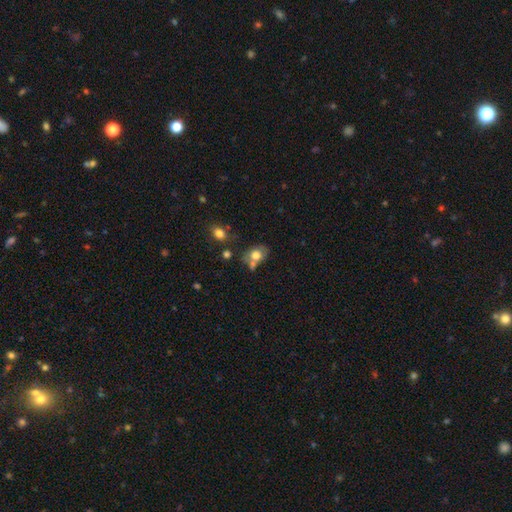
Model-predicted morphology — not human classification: Smooth or featured?
  - smooth: 70% *
  - featured or disk: 21%
  - star or artifact: 10%
How rounded?
  - in between: 65% *
  - round: 33%
  - cigar-shaped: 1%
Merging?
  - none: 40% *
  - merger: 31%
  - minor disturbance: 19%
  - major disturbance: 9%